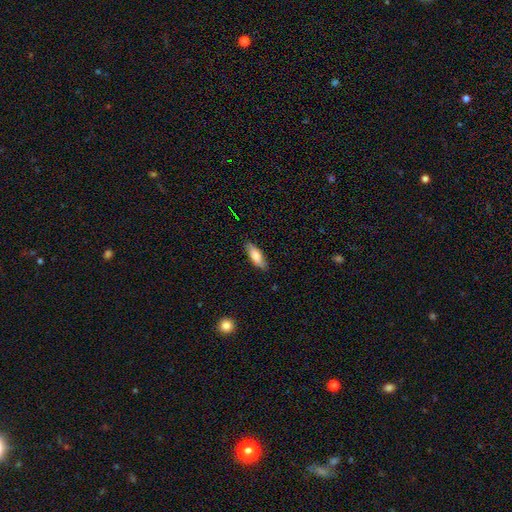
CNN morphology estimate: A smooth galaxy with no disk features (76%) that is in between round and cigar-shaped (59%).

Vote fractions:
- Smooth or featured? smooth: 76% / featured or disk: 18% / star or artifact: 6%
- How rounded? in between: 59% / cigar-shaped: 39% / round: 2%
- Merging? none: 85% / minor disturbance: 12% / major disturbance: 2% / merger: 1%